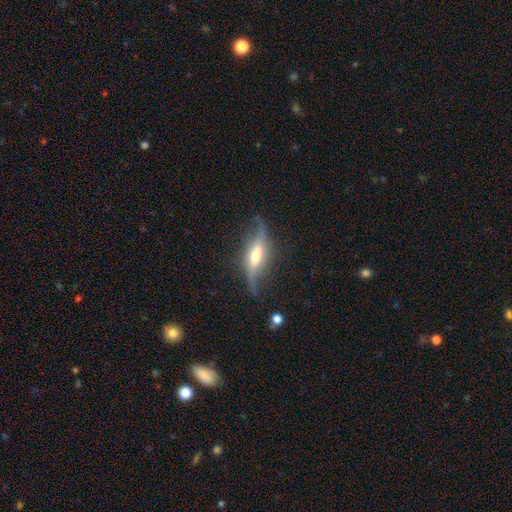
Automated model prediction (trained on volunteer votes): A featured or disk galaxy (76%) viewed edge-on (60%).

Vote fractions:
- Smooth or featured? featured or disk: 76% / smooth: 17% / star or artifact: 6%
- Edge-on disk? yes: 60% / no: 40%
- Merging? none: 61% / minor disturbance: 24% / major disturbance: 12% / merger: 3%